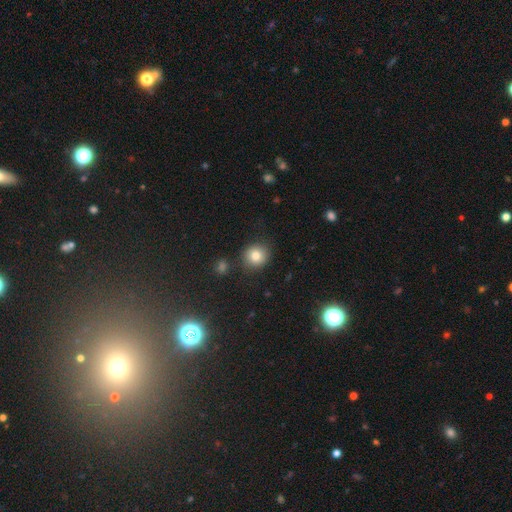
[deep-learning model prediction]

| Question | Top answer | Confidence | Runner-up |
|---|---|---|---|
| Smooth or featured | smooth | 82% | star or artifact (11%) |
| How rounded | round | 88% | in between (11%) |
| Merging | none | 85% | minor disturbance (8%) |